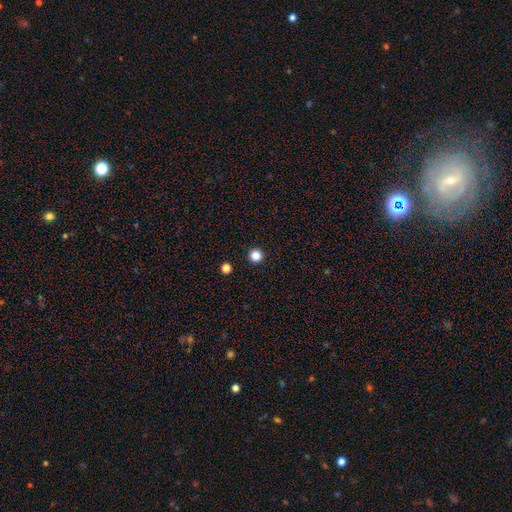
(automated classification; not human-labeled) Smooth or featured? smooth (85%)
How rounded? round (97%)
Merging? none (94%)